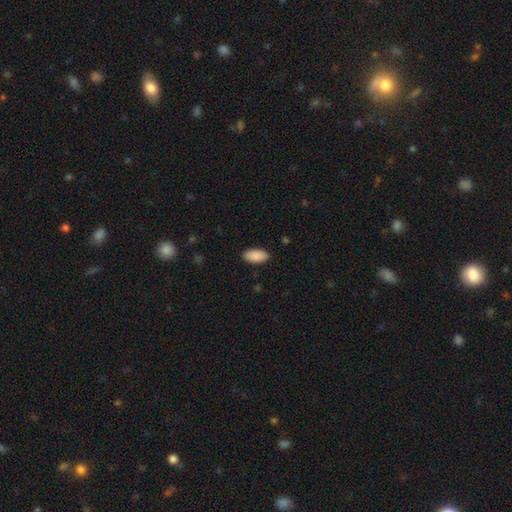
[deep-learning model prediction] This appears to be a smooth galaxy with no disk features (90%) that is in between round and cigar-shaped (94%). Merging: none (89%).